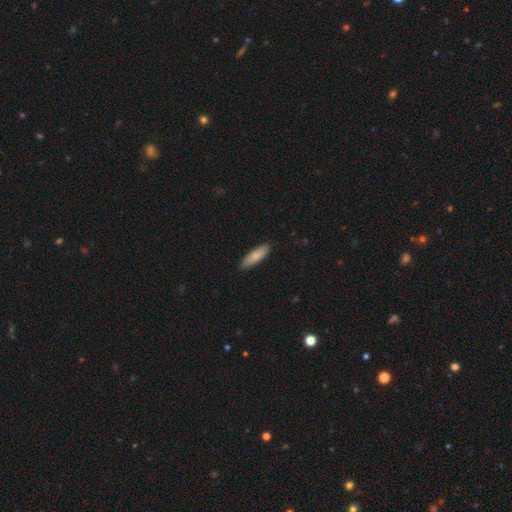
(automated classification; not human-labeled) Smooth or featured? smooth (83%)
How rounded? cigar-shaped (52%)
Merging? none (88%)